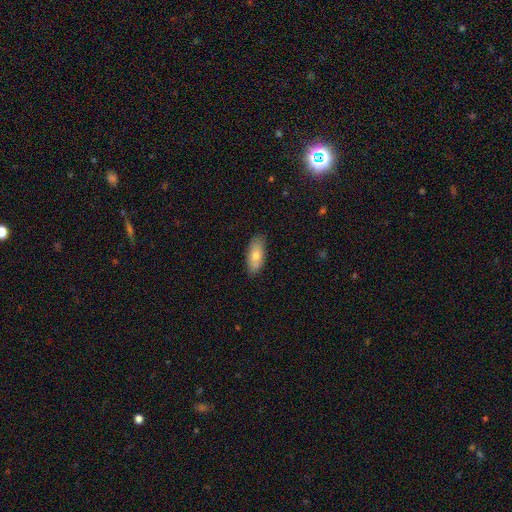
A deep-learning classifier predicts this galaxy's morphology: Q: Smooth or featured?
A: smooth (73%); runner-up: featured or disk (20%)
Q: How rounded?
A: in between (79%); runner-up: cigar-shaped (19%)
Q: Merging?
A: none (86%); runner-up: minor disturbance (11%)